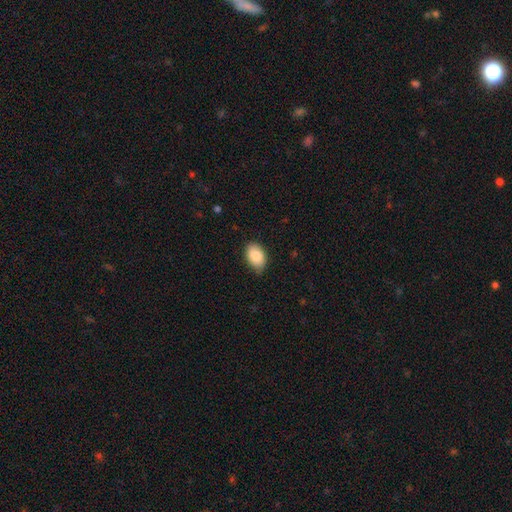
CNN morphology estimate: type=smooth (86%); roundness=in between (90%); merging=none (77%).